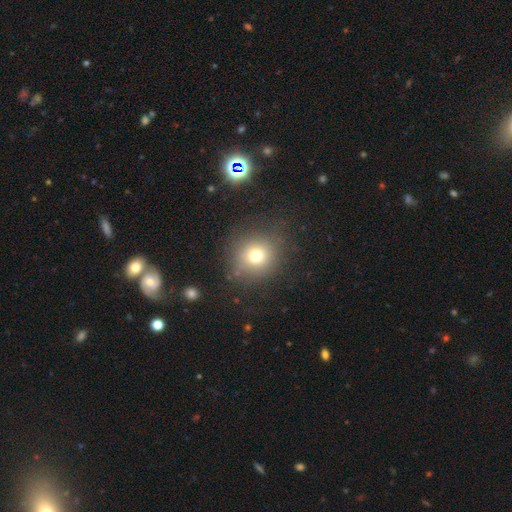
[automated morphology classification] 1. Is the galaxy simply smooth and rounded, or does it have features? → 72% smooth, 17% star or artifact, 11% featured or disk.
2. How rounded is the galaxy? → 88% round, 11% in between, 1% cigar-shaped.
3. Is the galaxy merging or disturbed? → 82% none, 10% minor disturbance, 6% major disturbance, 2% merger.